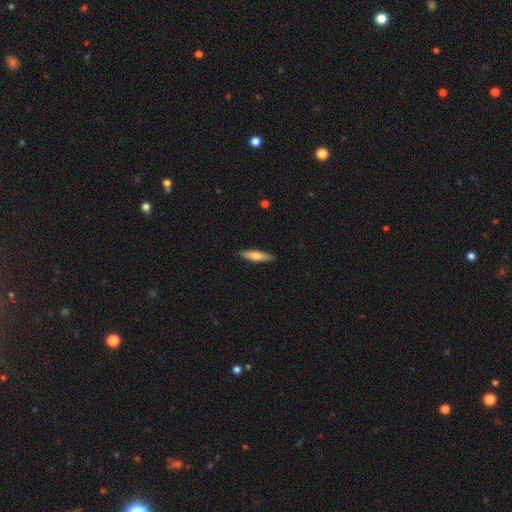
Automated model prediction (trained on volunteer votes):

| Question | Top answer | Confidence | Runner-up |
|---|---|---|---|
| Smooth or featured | smooth | 65% | featured or disk (29%) |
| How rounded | cigar-shaped | 77% | in between (21%) |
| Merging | none | 89% | minor disturbance (8%) |